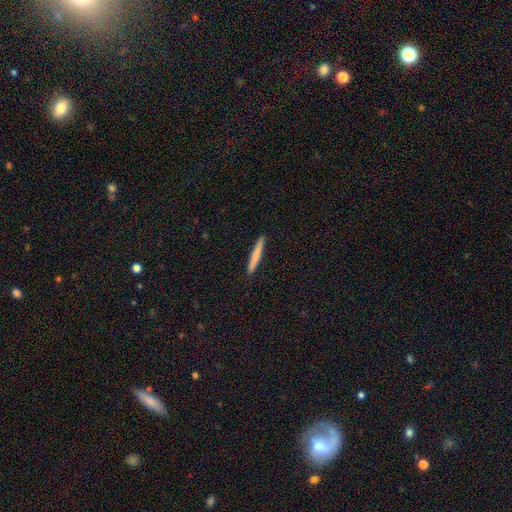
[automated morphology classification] Smooth or featured: smooth — 72% (featured or disk — 23%)
How rounded: cigar-shaped — 96% (in between — 2%)
Merging: none — 92% (minor disturbance — 5%)